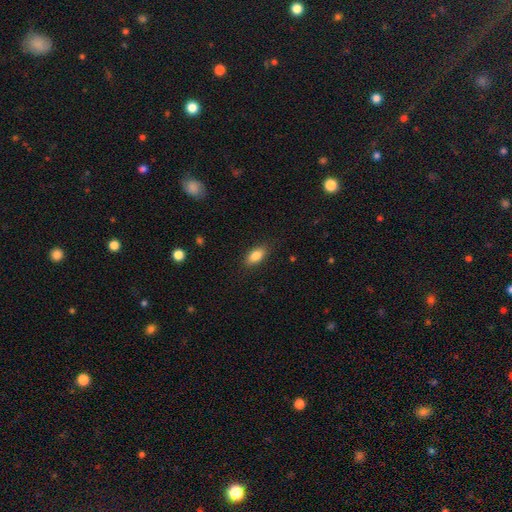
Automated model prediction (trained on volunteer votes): Morphology: type=smooth (84%); roundness=in between (87%); merging=none (86%).